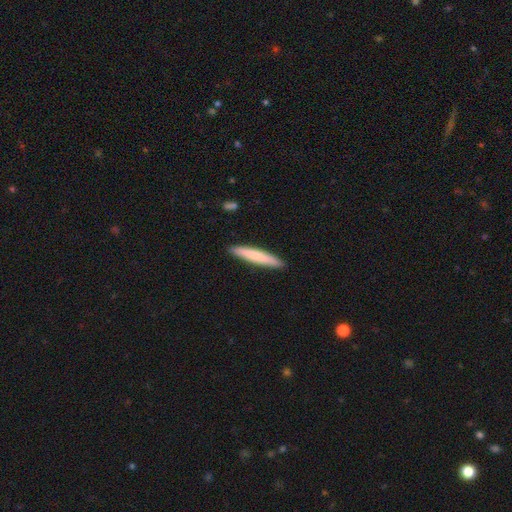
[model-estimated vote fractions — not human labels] The model was most divided on "smooth or featured": smooth: 75%, featured or disk: 20%, star or artifact: 5%. More confident: how rounded — cigar-shaped (94%); merging — none (91%).